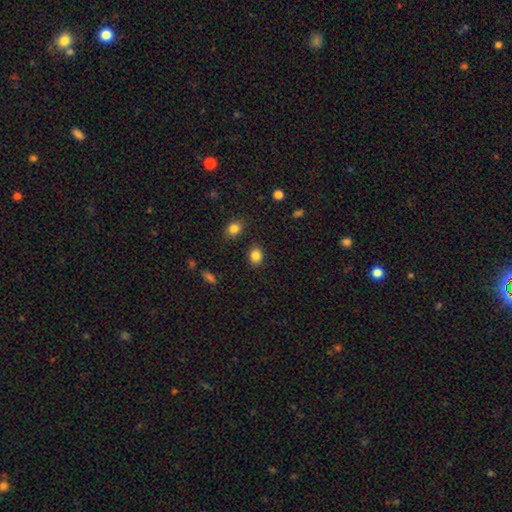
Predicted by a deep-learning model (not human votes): smooth_or_featured: smooth (p=0.85) [alt: star or artifact p=0.10]
how_rounded: round (p=0.50) [alt: in between p=0.49]
merging: none (p=0.87) [alt: minor disturbance p=0.08]